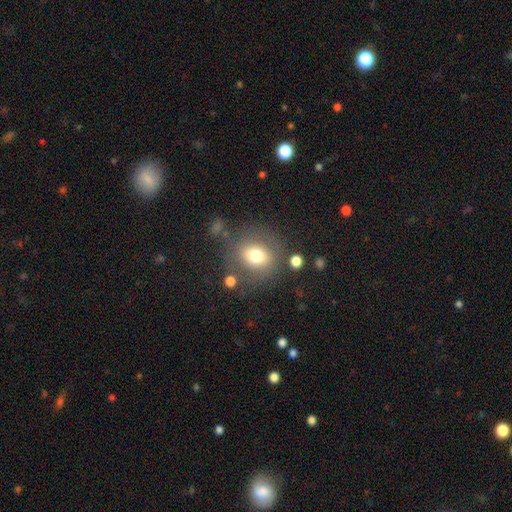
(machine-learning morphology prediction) smooth_or_featured: smooth (p=0.69) [alt: featured or disk p=0.19]
how_rounded: round (p=0.75) [alt: in between p=0.24]
merging: none (p=0.73) [alt: minor disturbance p=0.14]